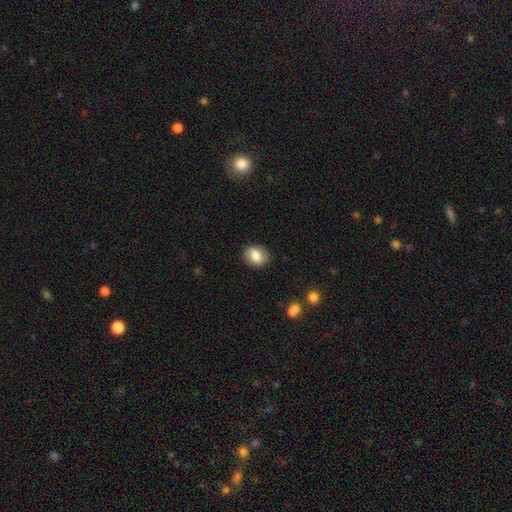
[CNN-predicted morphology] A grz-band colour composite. It shows a smooth galaxy with no disk features (78%) that is in between round and cigar-shaped (50%). Merging: none (85%).